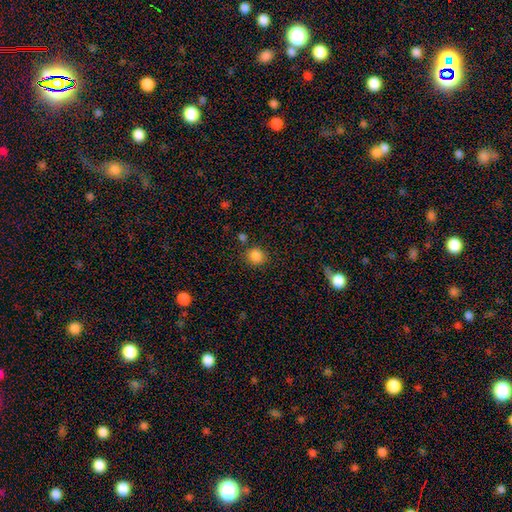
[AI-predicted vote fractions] This appears to be a smooth galaxy with no disk features (85%) that is round (84%). Merging: none (82%).